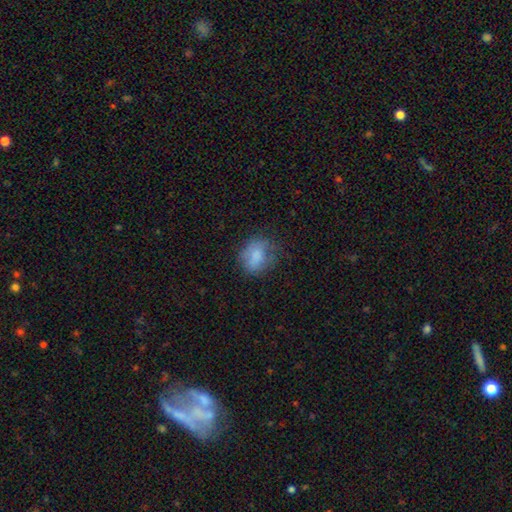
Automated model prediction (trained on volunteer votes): This appears to be a smooth galaxy with no disk features (74%) that is round (52%). Merging: none (57%).